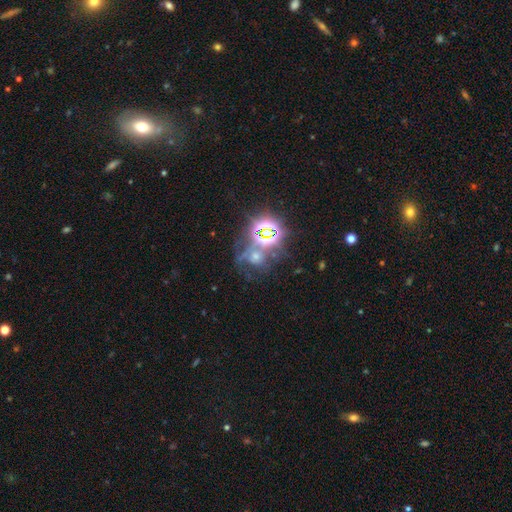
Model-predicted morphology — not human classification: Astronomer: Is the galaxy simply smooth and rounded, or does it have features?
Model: star or artifact — 65%.